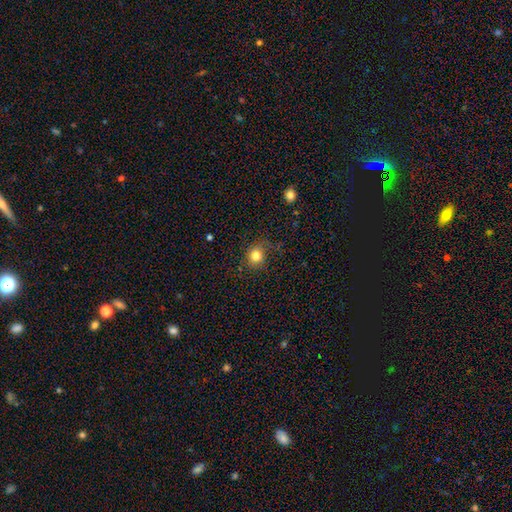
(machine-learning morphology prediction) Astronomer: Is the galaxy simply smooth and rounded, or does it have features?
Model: smooth — 81%.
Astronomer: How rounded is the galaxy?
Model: round — 84%.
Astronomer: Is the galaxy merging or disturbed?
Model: none — 79%.